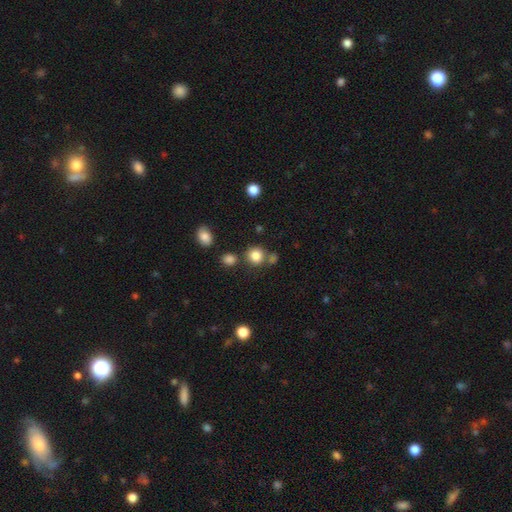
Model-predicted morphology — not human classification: smooth 83%, star or artifact 12%, featured or disk 5%. Down the decision tree: how rounded — round (87%); merging — none (71%).